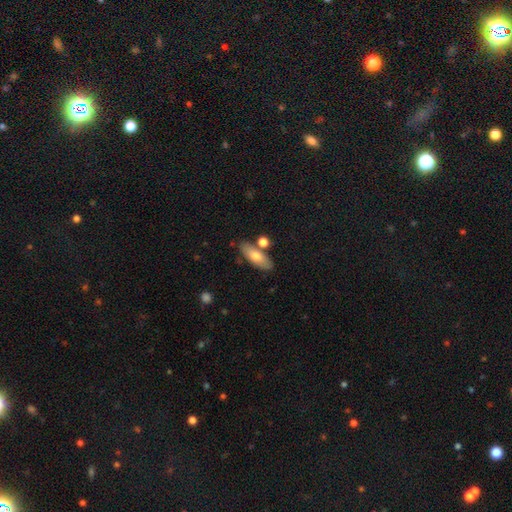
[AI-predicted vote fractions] Smooth or featured?
  - smooth: 72% *
  - featured or disk: 22%
  - star or artifact: 6%
How rounded?
  - in between: 64% *
  - cigar-shaped: 33%
  - round: 3%
Merging?
  - none: 75% *
  - minor disturbance: 12%
  - merger: 11%
  - major disturbance: 3%